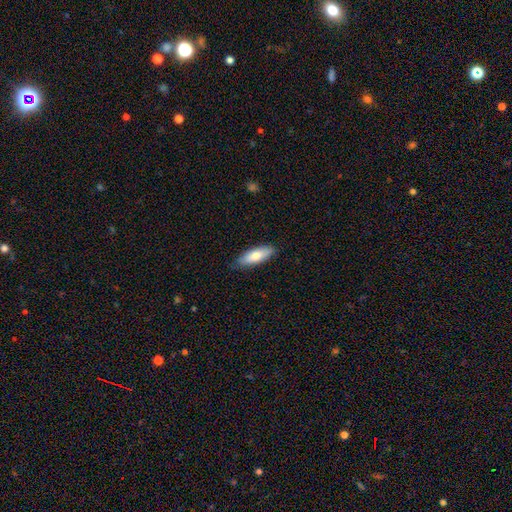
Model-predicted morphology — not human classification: Smooth or featured: smooth — 75% (featured or disk — 20%)
How rounded: in between — 58% (cigar-shaped — 40%)
Merging: none — 86% (minor disturbance — 11%)